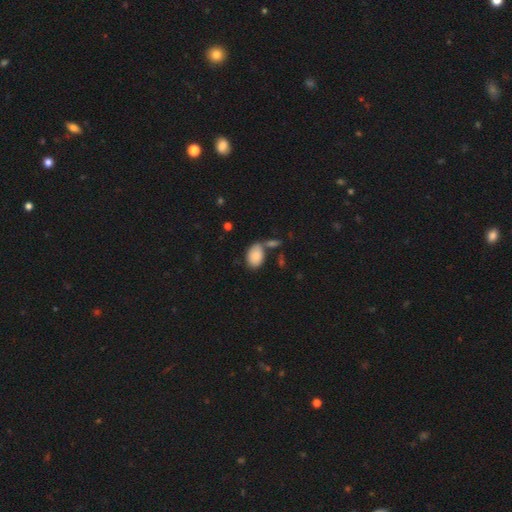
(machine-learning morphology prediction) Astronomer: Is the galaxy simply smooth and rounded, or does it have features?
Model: smooth — 85%.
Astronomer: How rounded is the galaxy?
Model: in between — 88%.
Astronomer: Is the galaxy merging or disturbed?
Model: none — 54%.